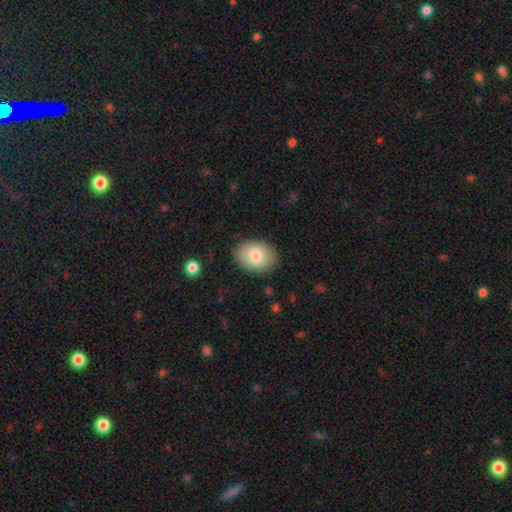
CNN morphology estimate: A smooth galaxy with no disk features (80%) that is in between round and cigar-shaped (77%). Merging: none (84%).